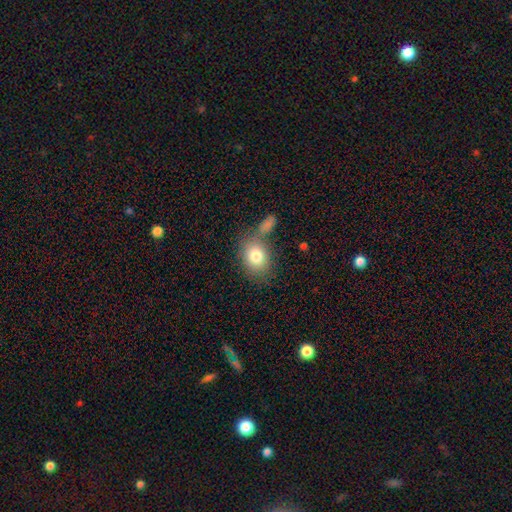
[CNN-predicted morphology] Smooth or featured? Predicted: smooth (p=0.80). How rounded? Predicted: in between (p=0.58). Merging? Predicted: none (p=0.61).